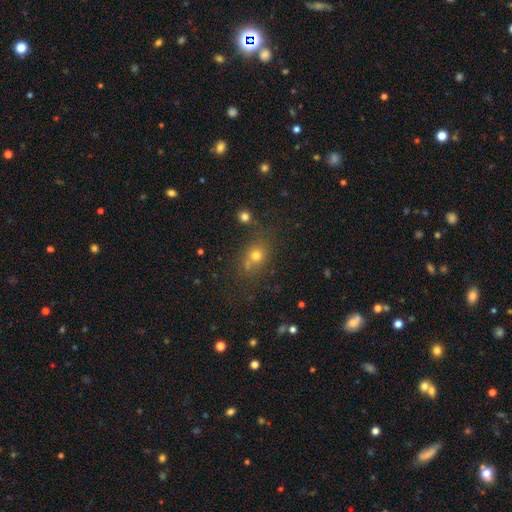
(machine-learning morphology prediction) smooth_or_featured: smooth (p=0.68) [alt: star or artifact p=0.21]
how_rounded: round (p=0.67) [alt: in between p=0.32]
merging: none (p=0.65) [alt: merger p=0.16]